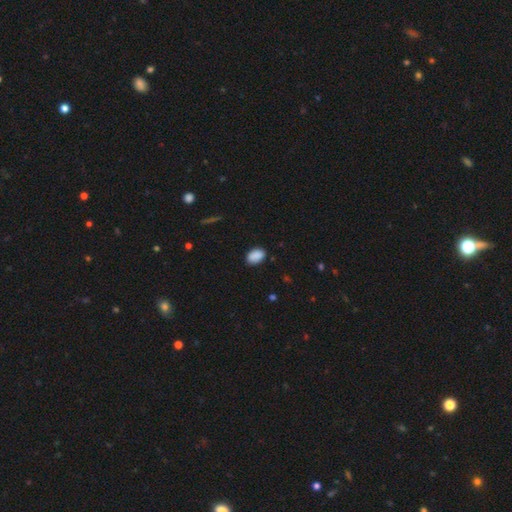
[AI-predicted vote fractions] Morphology: type=smooth (89%); roundness=in between (88%); merging=none (85%).